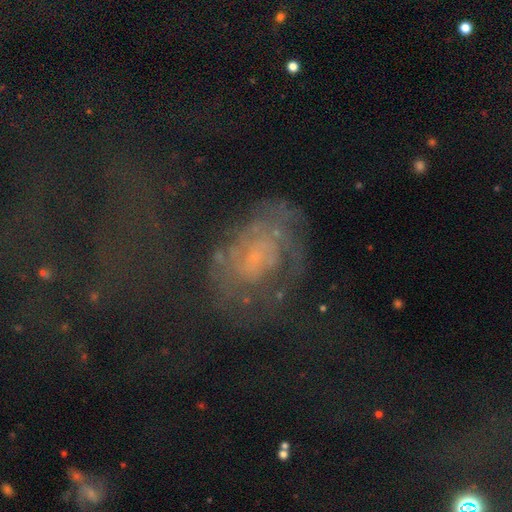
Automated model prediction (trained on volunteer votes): smooth_or_featured: featured or disk (p=0.55) [alt: smooth p=0.23]
disk_edge_on: no (p=0.96) [alt: yes p=0.04]
bar: no (p=0.71) [alt: weak p=0.23]
has_spiral_arms: yes (p=0.63) [alt: no p=0.37]
bulge_size: small (p=0.47) [alt: none p=0.26]
merging: none (p=0.49) [alt: major disturbance p=0.26]